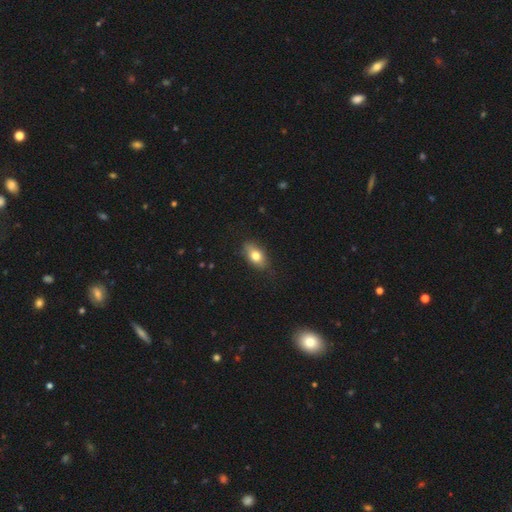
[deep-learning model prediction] Smooth or featured? Predicted: smooth (p=0.77). How rounded? Predicted: in between (p=0.86). Merging? Predicted: none (p=0.80).